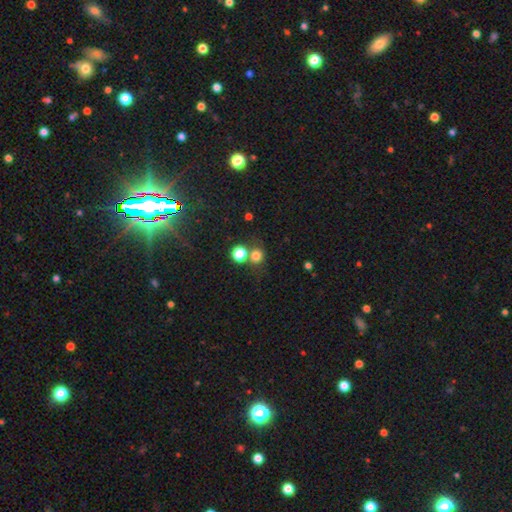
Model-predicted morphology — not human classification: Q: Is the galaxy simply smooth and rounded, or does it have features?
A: smooth — 76%.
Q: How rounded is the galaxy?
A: round — 81%.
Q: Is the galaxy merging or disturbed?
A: none — 61%.